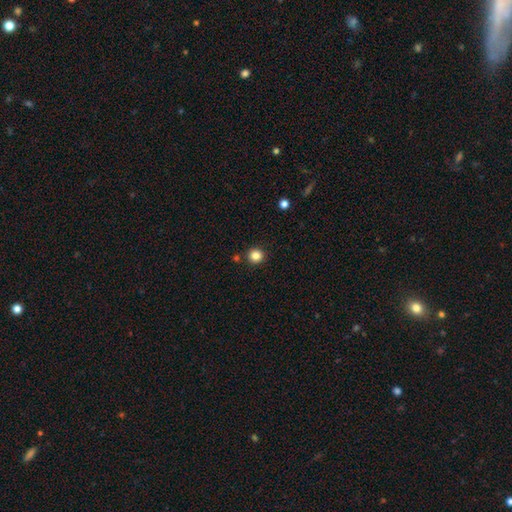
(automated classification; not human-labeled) Q: Smooth or featured?
A: smooth (84%); runner-up: star or artifact (12%)
Q: How rounded?
A: round (94%); runner-up: in between (5%)
Q: Merging?
A: none (90%); runner-up: minor disturbance (5%)